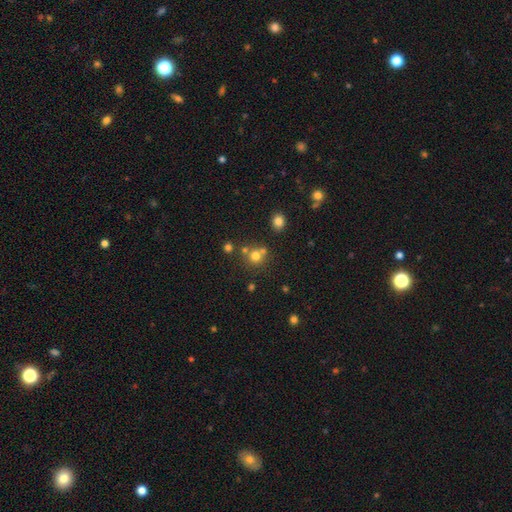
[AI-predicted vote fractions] A smooth galaxy with no disk features (70%) that is round (87%).

Vote fractions:
- Smooth or featured? smooth: 70% / star or artifact: 19% / featured or disk: 12%
- How rounded? round: 87% / in between: 12% / cigar-shaped: 1%
- Merging? none: 59% / merger: 29% / minor disturbance: 9% / major disturbance: 4%